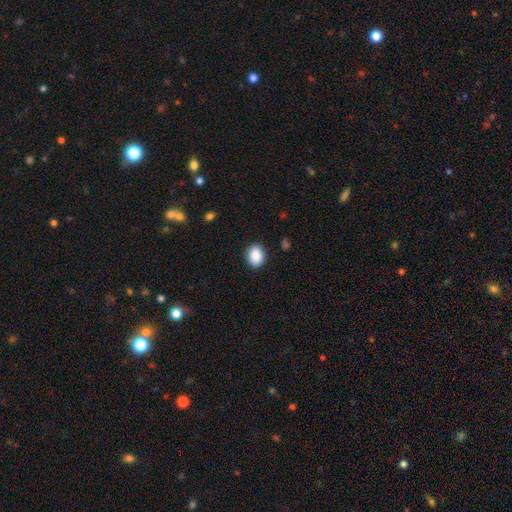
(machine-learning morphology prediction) Smooth or featured?
  - smooth: 89% *
  - star or artifact: 7%
  - featured or disk: 4%
How rounded?
  - in between: 64% *
  - round: 35%
  - cigar-shaped: 1%
Merging?
  - none: 89% *
  - minor disturbance: 8%
  - major disturbance: 2%
  - merger: 1%